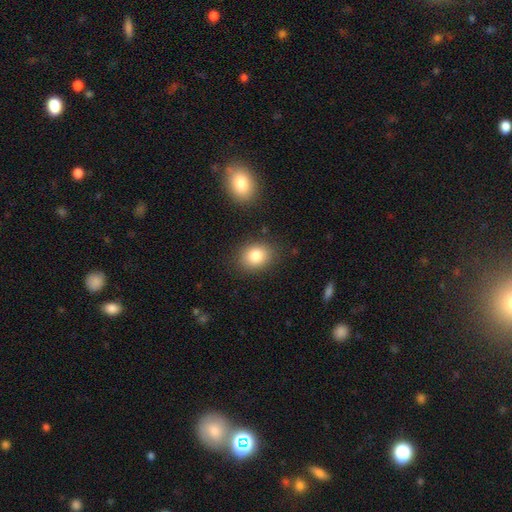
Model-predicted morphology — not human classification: smooth_or_featured: smooth (p=0.83) [alt: star or artifact p=0.09]
how_rounded: in between (p=0.50) [alt: round p=0.49]
merging: none (p=0.84) [alt: minor disturbance p=0.10]